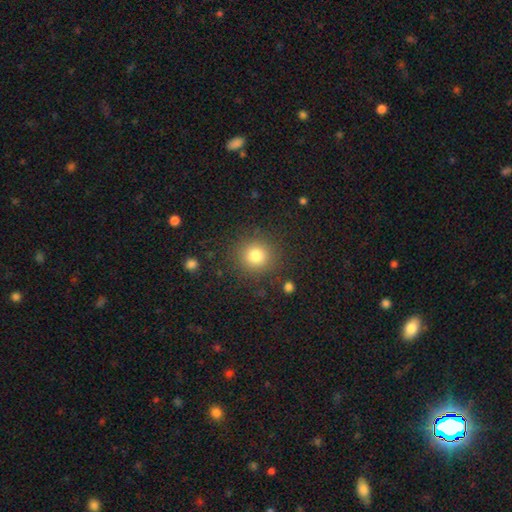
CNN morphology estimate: A smooth galaxy with no disk features (80%) that is round (92%).

Vote fractions:
- Smooth or featured? smooth: 80% / star or artifact: 13% / featured or disk: 7%
- How rounded? round: 92% / in between: 7% / cigar-shaped: 1%
- Merging? none: 87% / minor disturbance: 7% / major disturbance: 3% / merger: 2%